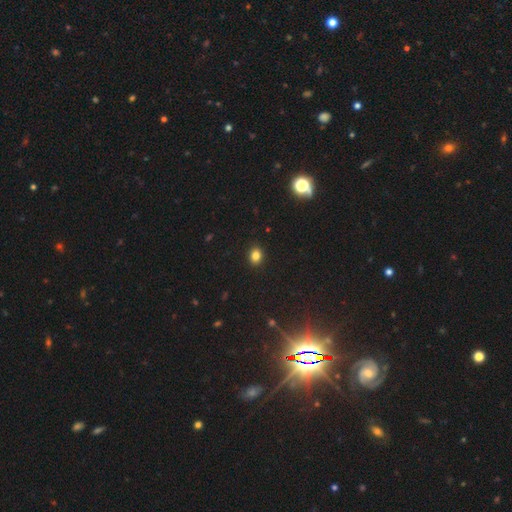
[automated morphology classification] A smooth galaxy with no disk features (83%) that is round (51%). Merging: none (90%).